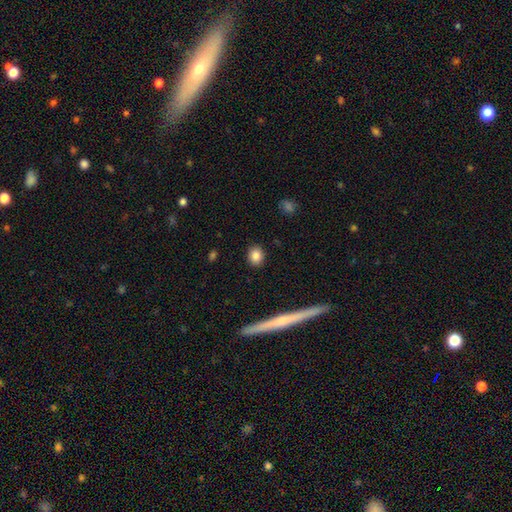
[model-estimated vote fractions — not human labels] Smooth or featured?
  - smooth: 84% *
  - star or artifact: 8%
  - featured or disk: 8%
How rounded?
  - round: 60% *
  - in between: 38%
  - cigar-shaped: 2%
Merging?
  - none: 90% *
  - minor disturbance: 7%
  - major disturbance: 2%
  - merger: 1%